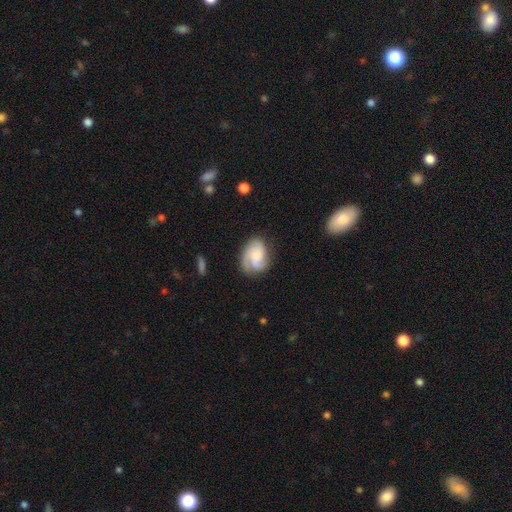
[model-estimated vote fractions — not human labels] featured or disk 63%, smooth 31%, star or artifact 7%. Down the decision tree: edge-on disk — no (97%); bar — no (69%); spiral arms — yes (93%); spiral arm count — 3 (44%); spiral winding — medium (43%); bulge size — small (41%); merging — none (62%).